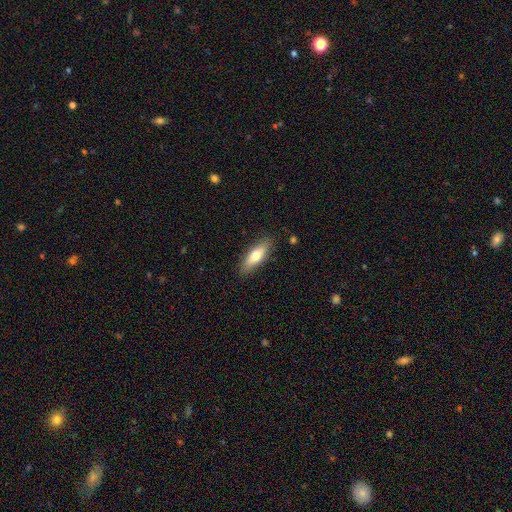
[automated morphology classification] smooth_or_featured: smooth (p=0.68) [alt: featured or disk p=0.25]
how_rounded: in between (p=0.60) [alt: cigar-shaped p=0.37]
merging: none (p=0.86) [alt: minor disturbance p=0.10]